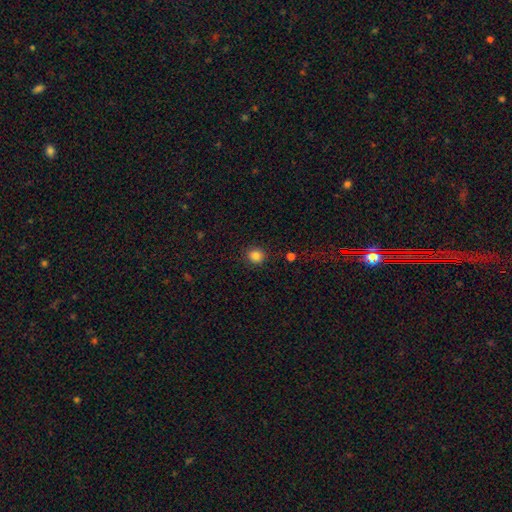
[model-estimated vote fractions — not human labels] Morphology: type=smooth (85%); roundness=round (88%); merging=none (90%).